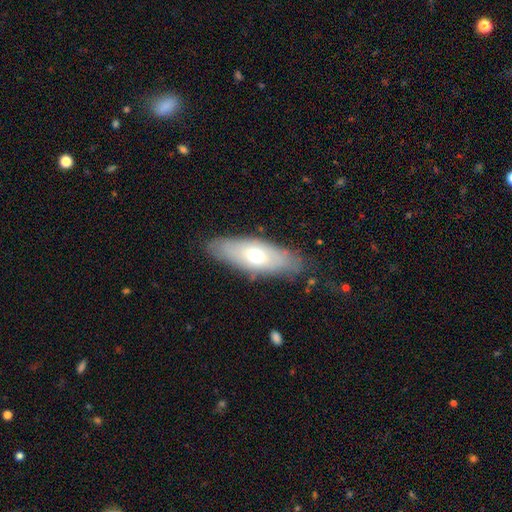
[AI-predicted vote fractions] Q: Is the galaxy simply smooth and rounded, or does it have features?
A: smooth — 58%.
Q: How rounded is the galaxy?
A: in between — 69%.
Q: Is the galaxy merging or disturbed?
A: none — 81%.